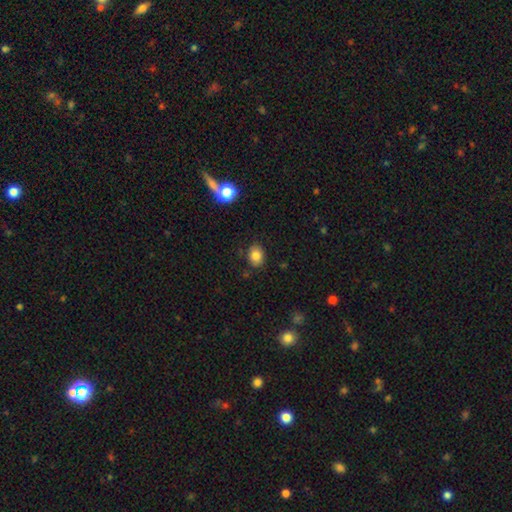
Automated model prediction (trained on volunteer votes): A smooth galaxy with no disk features (82%) that is in between round and cigar-shaped (55%).

Vote fractions:
- Smooth or featured? smooth: 82% / star or artifact: 10% / featured or disk: 7%
- How rounded? in between: 55% / round: 44% / cigar-shaped: 1%
- Merging? none: 82% / minor disturbance: 14% / major disturbance: 3% / merger: 2%